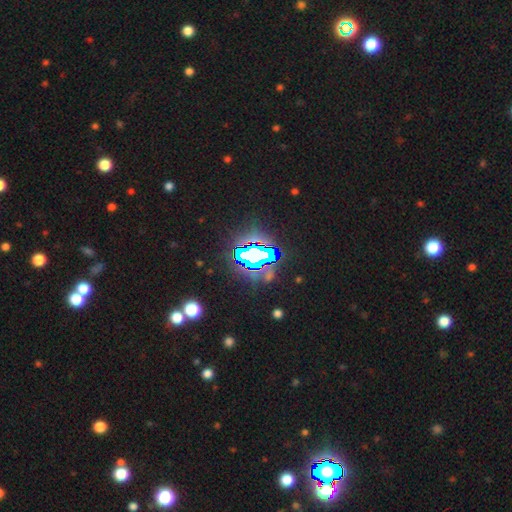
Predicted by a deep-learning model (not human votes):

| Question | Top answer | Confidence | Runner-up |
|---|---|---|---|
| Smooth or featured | star or artifact | 79% | smooth (11%) |